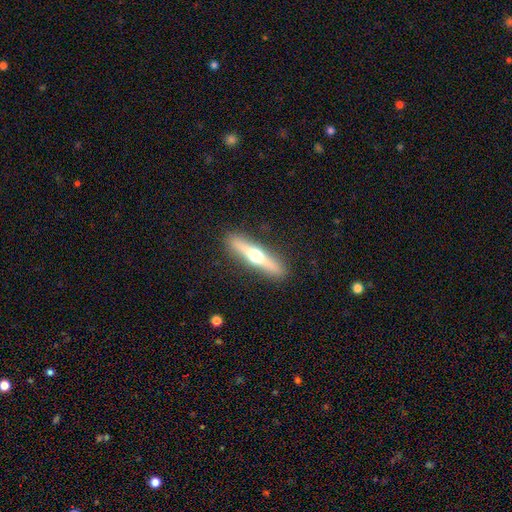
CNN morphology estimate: Smooth or featured? Predicted: featured or disk (p=0.63). Edge-on disk? Predicted: yes (p=0.95). Edge-on bulge? Predicted: rounded (p=0.95). Merging? Predicted: none (p=0.91).